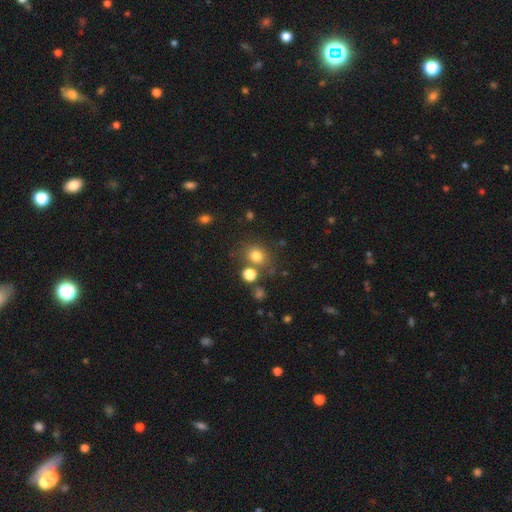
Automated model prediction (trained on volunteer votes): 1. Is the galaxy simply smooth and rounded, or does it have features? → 78% smooth, 15% star or artifact, 8% featured or disk.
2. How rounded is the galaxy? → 67% round, 32% in between, 1% cigar-shaped.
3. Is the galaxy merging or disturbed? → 69% none, 15% merger, 12% minor disturbance, 5% major disturbance.